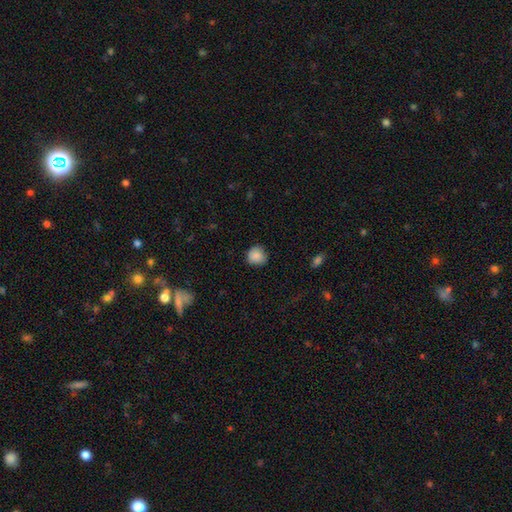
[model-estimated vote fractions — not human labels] A smooth galaxy with no disk features (87%) that is round (88%).

Vote fractions:
- Smooth or featured? smooth: 87% / star or artifact: 8% / featured or disk: 5%
- How rounded? round: 88% / in between: 11% / cigar-shaped: 1%
- Merging? none: 81% / minor disturbance: 16% / major disturbance: 3% / merger: 1%